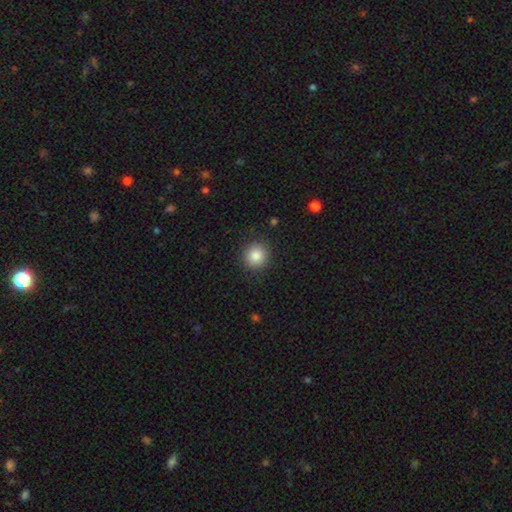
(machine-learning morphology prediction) Smooth or featured? Predicted: smooth (p=0.86). How rounded? Predicted: round (p=0.91). Merging? Predicted: none (p=0.89).